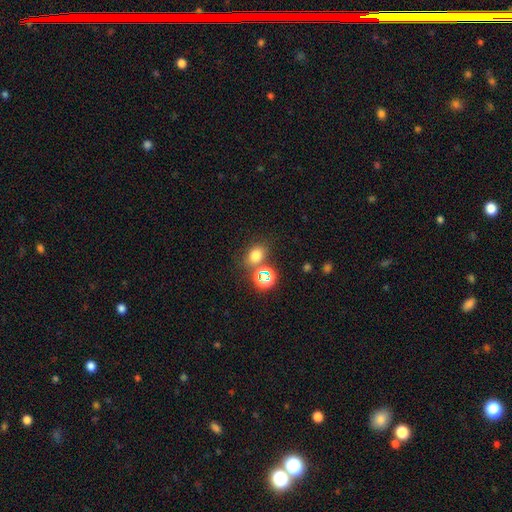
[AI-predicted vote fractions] A smooth galaxy with no disk features (70%) that is in between round and cigar-shaped (51%).

Vote fractions:
- Smooth or featured? smooth: 70% / star or artifact: 22% / featured or disk: 8%
- How rounded? in between: 51% / round: 48% / cigar-shaped: 1%
- Merging? none: 70% / merger: 15% / minor disturbance: 11% / major disturbance: 4%